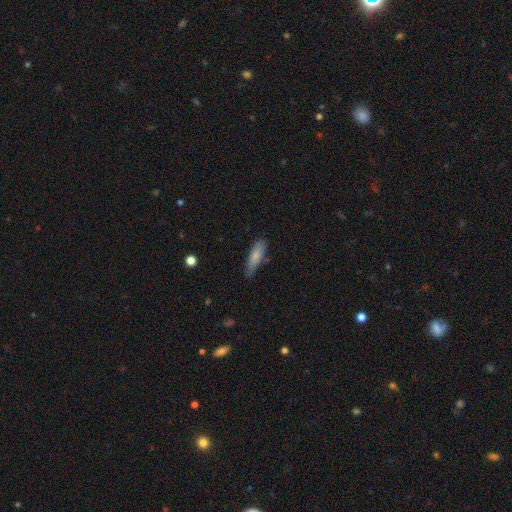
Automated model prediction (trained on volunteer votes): This is likely a smooth galaxy (78%). How rounded: possibly cigar-shaped (55%). Merging: likely none (71%).